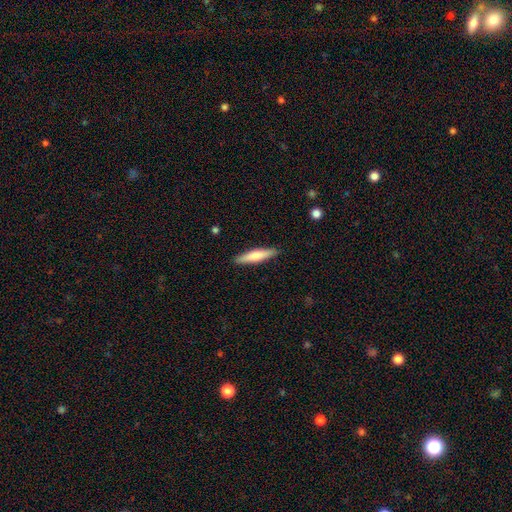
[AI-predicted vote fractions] Smooth or featured? Predicted: smooth (p=0.66). How rounded? Predicted: cigar-shaped (p=0.84). Merging? Predicted: none (p=0.90).